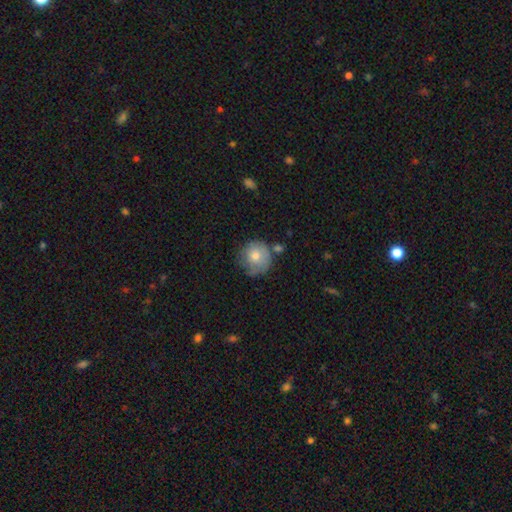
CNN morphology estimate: Smooth or featured? Predicted: smooth (p=0.71). How rounded? Predicted: round (p=0.89). Merging? Predicted: none (p=0.59).